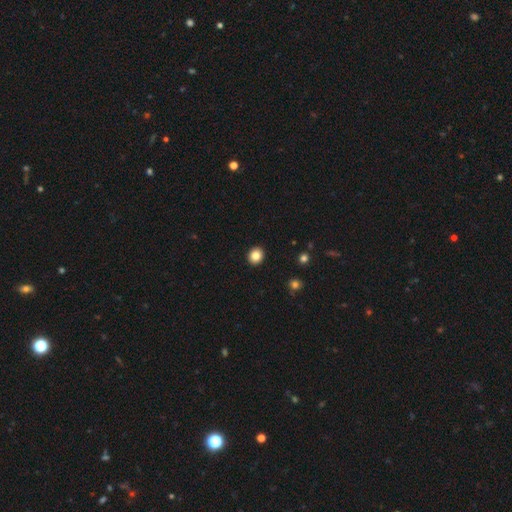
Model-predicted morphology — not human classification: This appears to be a smooth galaxy with no disk features (84%) that is round (80%). Merging: none (93%).